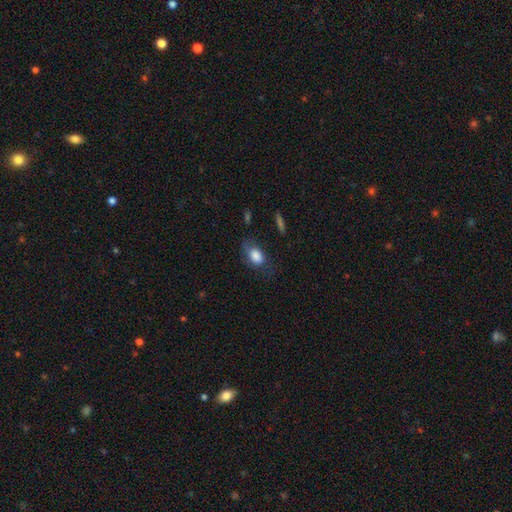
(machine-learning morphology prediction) Smooth or featured: smooth — 83% (featured or disk — 9%)
How rounded: in between — 86% (round — 12%)
Merging: none — 56% (minor disturbance — 28%)